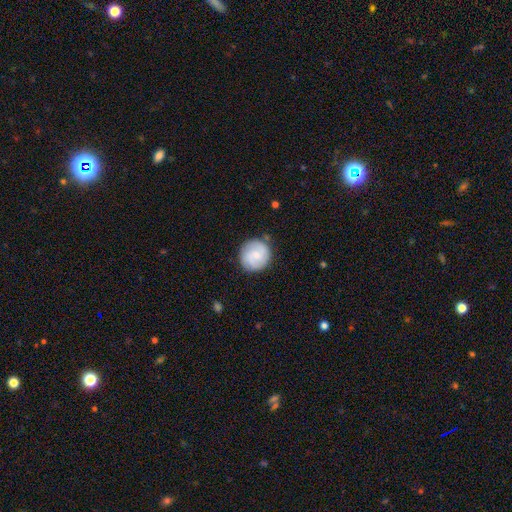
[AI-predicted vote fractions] This is possibly a smooth galaxy (51%). How rounded: clearly round (92%). Merging: clearly none (84%).